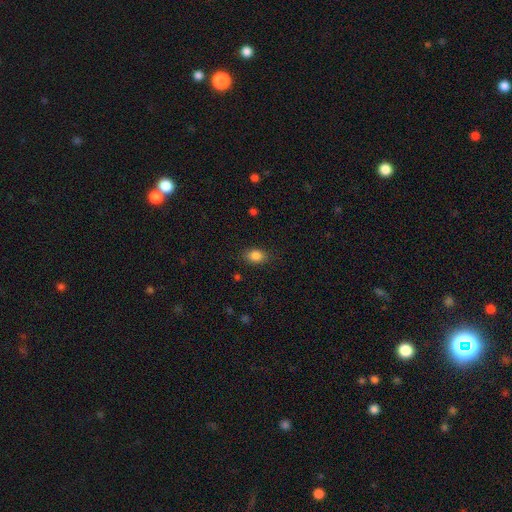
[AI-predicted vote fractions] This is clearly a smooth galaxy (85%). How rounded: likely in between (72%). Merging: clearly none (84%).